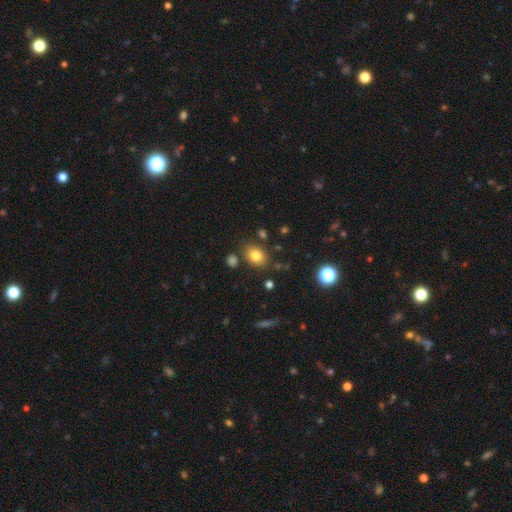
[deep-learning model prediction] This appears to be a smooth galaxy with no disk features (81%) that is in between round and cigar-shaped (63%). Merging: none (80%).